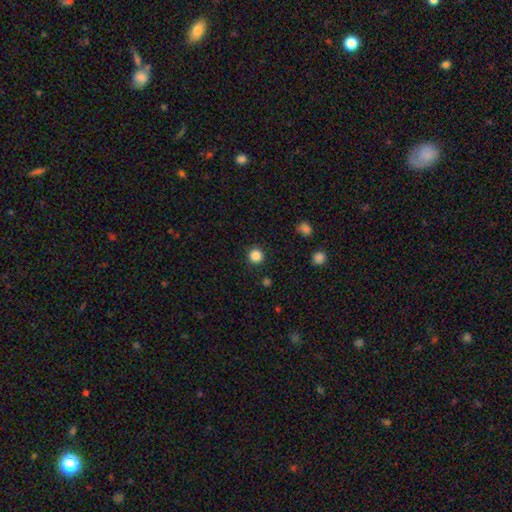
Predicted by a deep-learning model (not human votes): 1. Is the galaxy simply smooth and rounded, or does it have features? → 86% smooth, 12% star or artifact, 3% featured or disk.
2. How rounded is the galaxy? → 95% round, 4% in between, 1% cigar-shaped.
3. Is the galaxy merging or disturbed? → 91% none, 5% minor disturbance, 2% major disturbance, 1% merger.